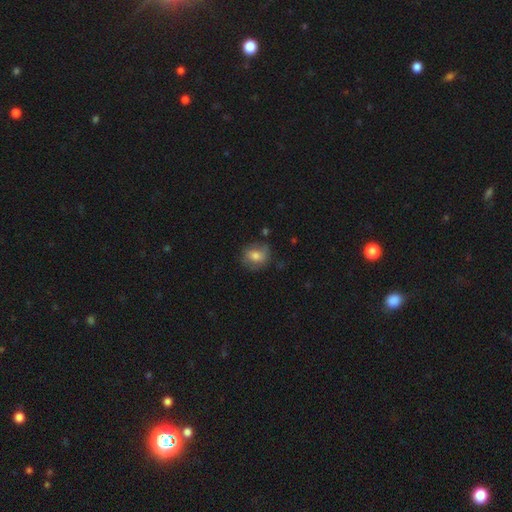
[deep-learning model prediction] smooth-or-featured: smooth: 69% | featured or disk: 23% | star or artifact: 8%
  how-rounded: round: 67% | in between: 32% | cigar-shaped: 1%
  merging: none: 70% | minor disturbance: 21% | major disturbance: 7% | merger: 2%